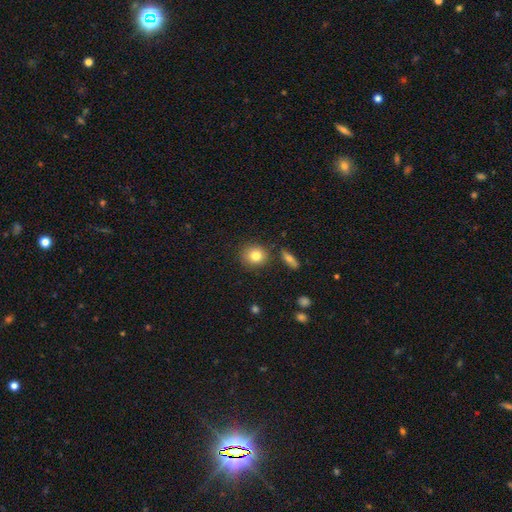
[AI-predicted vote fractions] Smooth or featured? smooth (82%)
How rounded? round (81%)
Merging? none (83%)